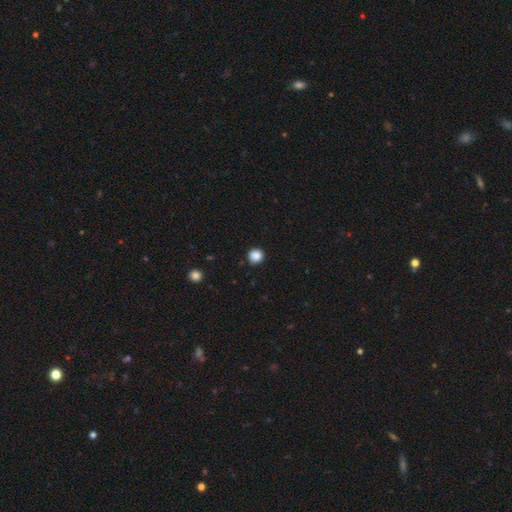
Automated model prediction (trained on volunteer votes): Smooth or featured? Predicted: smooth (p=0.87). How rounded? Predicted: round (p=0.90). Merging? Predicted: none (p=0.89).